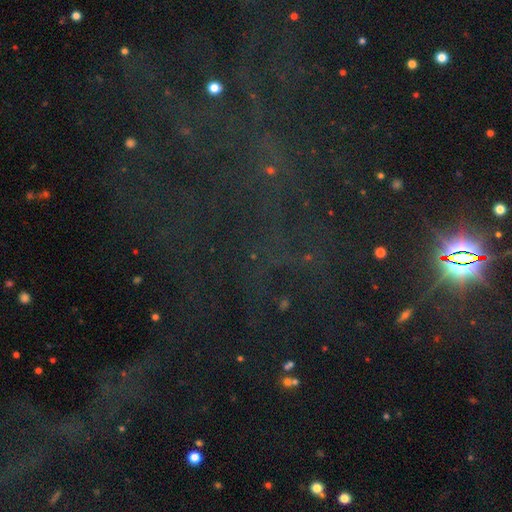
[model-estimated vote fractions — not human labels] Smooth or featured? Predicted: star or artifact (p=0.77).